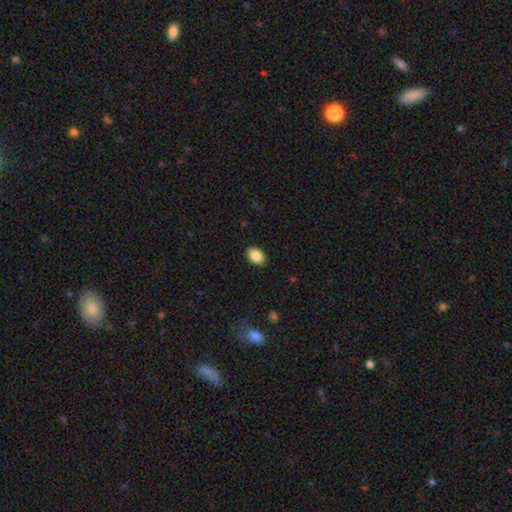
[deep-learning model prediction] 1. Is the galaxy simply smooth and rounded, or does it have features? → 87% smooth, 8% star or artifact, 5% featured or disk.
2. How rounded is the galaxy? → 81% in between, 18% round, 1% cigar-shaped.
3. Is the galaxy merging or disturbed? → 89% none, 8% minor disturbance, 2% major disturbance, 1% merger.